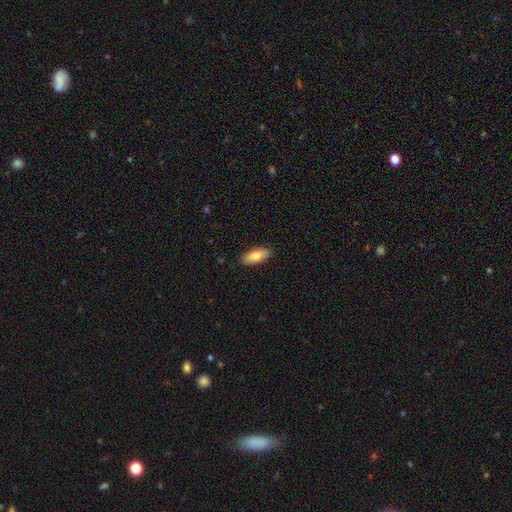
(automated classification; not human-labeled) Overall: smooth (82%). How rounded: in between (80%). Merging: none (89%).